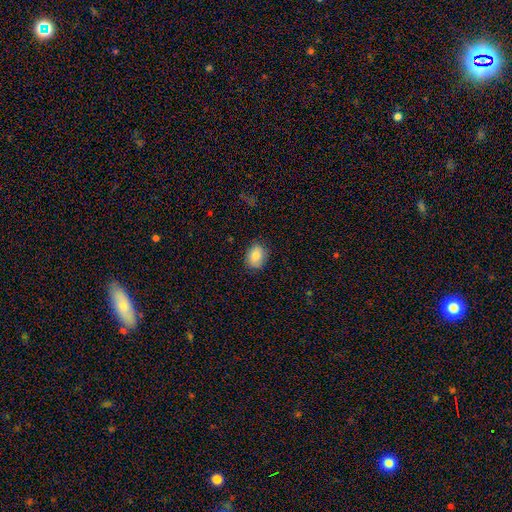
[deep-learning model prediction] Morphology: type=smooth (84%); roundness=in between (69%); merging=none (82%).